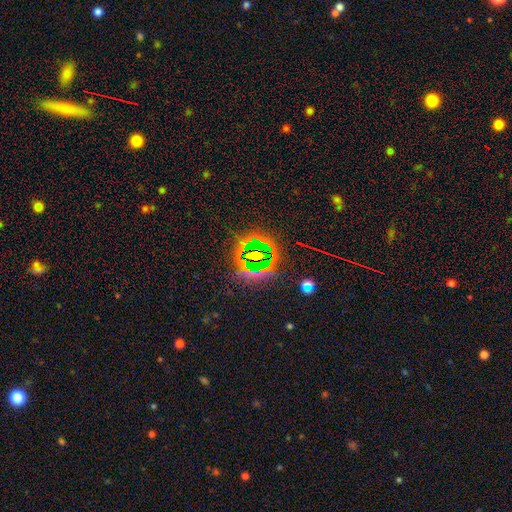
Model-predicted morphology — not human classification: star or artifact 76%, smooth 14%, featured or disk 10%.